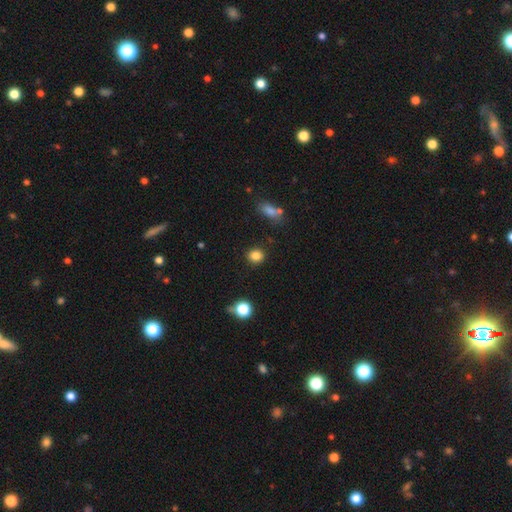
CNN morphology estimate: Smooth or featured?
  - smooth: 84% *
  - star or artifact: 11%
  - featured or disk: 4%
How rounded?
  - round: 81% *
  - in between: 18%
  - cigar-shaped: 1%
Merging?
  - none: 88% *
  - minor disturbance: 8%
  - major disturbance: 2%
  - merger: 2%